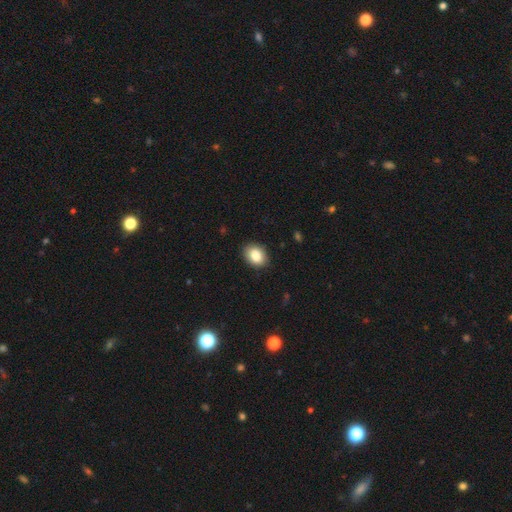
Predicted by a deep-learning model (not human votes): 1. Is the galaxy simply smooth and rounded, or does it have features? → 85% smooth, 8% star or artifact, 7% featured or disk.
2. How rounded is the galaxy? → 68% in between, 31% round, 1% cigar-shaped.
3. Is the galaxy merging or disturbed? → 87% none, 10% minor disturbance, 2% major disturbance, 1% merger.